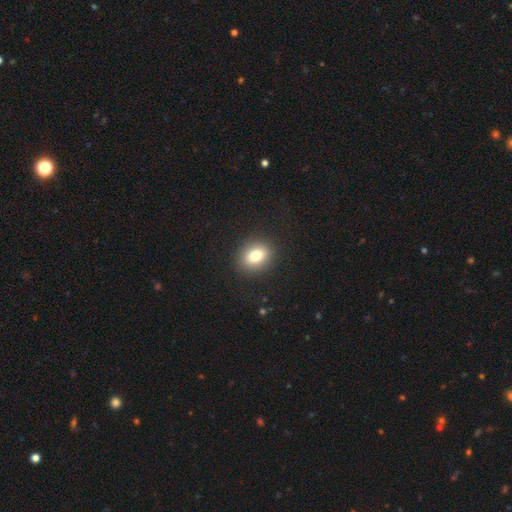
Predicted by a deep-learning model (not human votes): This appears to be a smooth galaxy with no disk features (80%) that is in between round and cigar-shaped (50%). Merging: none (89%).